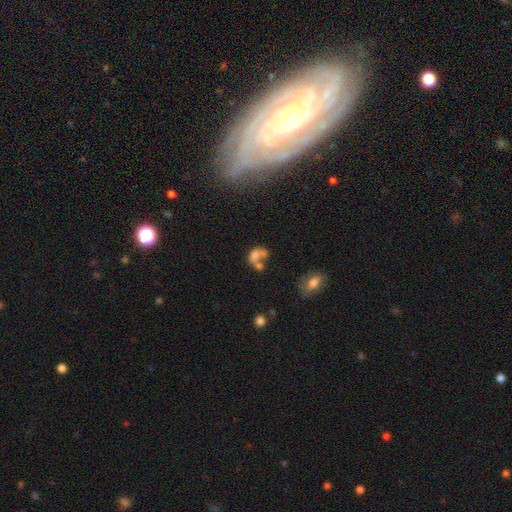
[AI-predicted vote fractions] Smooth or featured: smooth — 62% (featured or disk — 24%)
How rounded: in between — 68% (round — 30%)
Merging: merger — 60% (none — 18%)